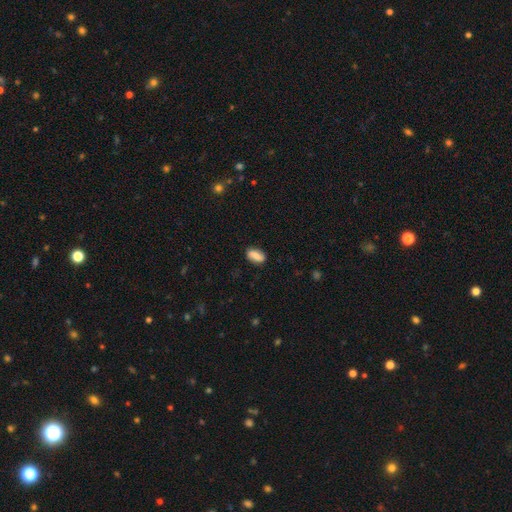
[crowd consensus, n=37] Volunteers were most divided on "smooth or featured": smooth: 73%, featured or disk: 22%, star or artifact: 5%. More confident: how rounded — in between (89%); merging — none (86%).